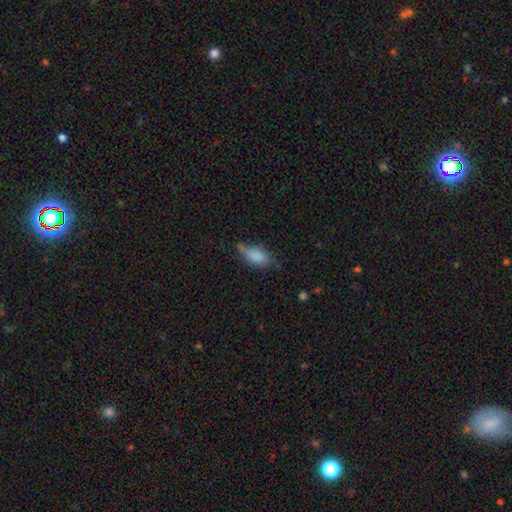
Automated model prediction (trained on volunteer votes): A smooth galaxy with no disk features (80%) that is in between round and cigar-shaped (87%).

Vote fractions:
- Smooth or featured? smooth: 80% / featured or disk: 12% / star or artifact: 8%
- How rounded? in between: 87% / cigar-shaped: 10% / round: 3%
- Merging? none: 45% / minor disturbance: 37% / major disturbance: 13% / merger: 5%